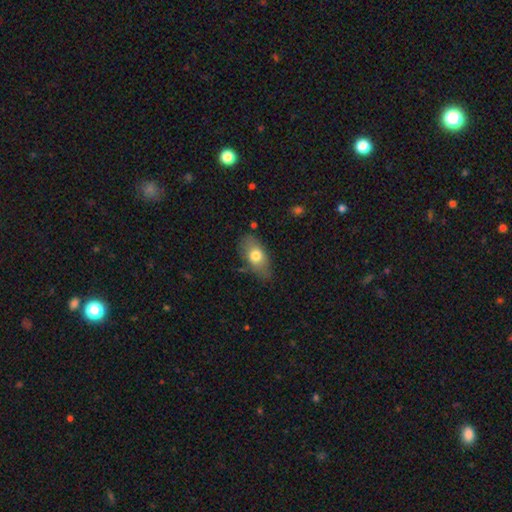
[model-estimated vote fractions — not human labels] smooth-or-featured: smooth: 71% | featured or disk: 23% | star or artifact: 7%
  how-rounded: in between: 88% | round: 6% | cigar-shaped: 6%
  merging: none: 73% | minor disturbance: 21% | major disturbance: 5% | merger: 2%